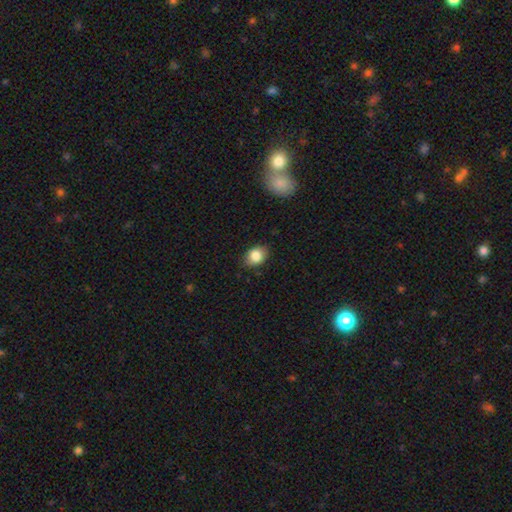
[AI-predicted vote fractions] This appears to be a smooth galaxy with no disk features (84%) that is in between round and cigar-shaped (69%). Merging: none (82%).